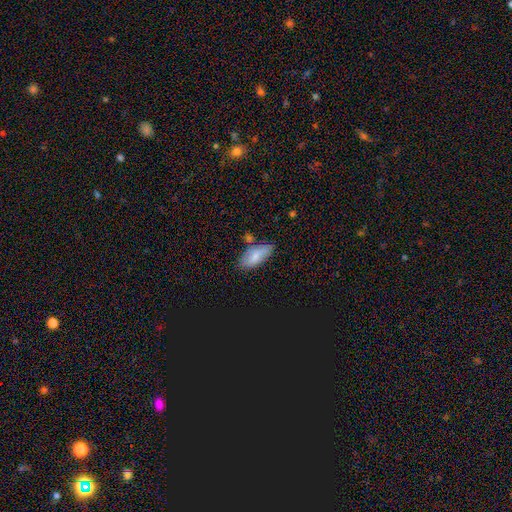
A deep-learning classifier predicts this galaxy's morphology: Smooth or featured? smooth (77%)
How rounded? in between (86%)
Merging? none (73%)